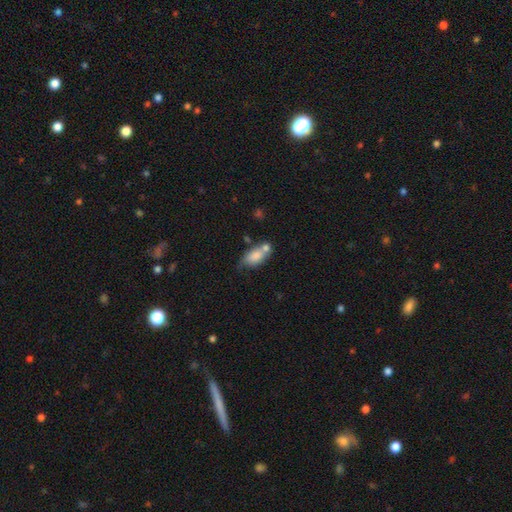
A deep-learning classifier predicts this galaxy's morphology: smooth 77%, featured or disk 15%, star or artifact 8%. Down the decision tree: how rounded — in between (86%); merging — none (38%).